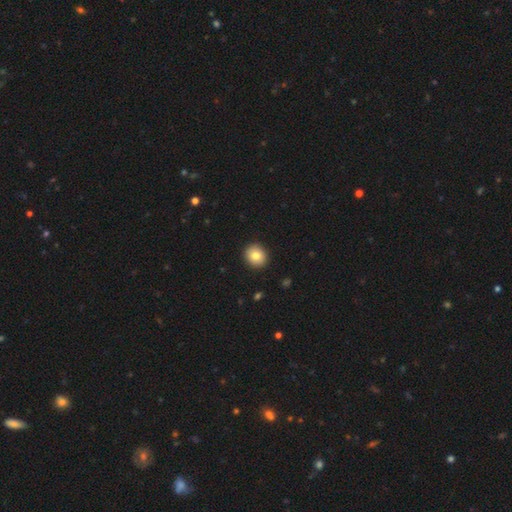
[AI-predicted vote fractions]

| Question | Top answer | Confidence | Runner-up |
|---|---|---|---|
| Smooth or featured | smooth | 81% | featured or disk (10%) |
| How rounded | round | 82% | in between (17%) |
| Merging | none | 92% | minor disturbance (6%) |